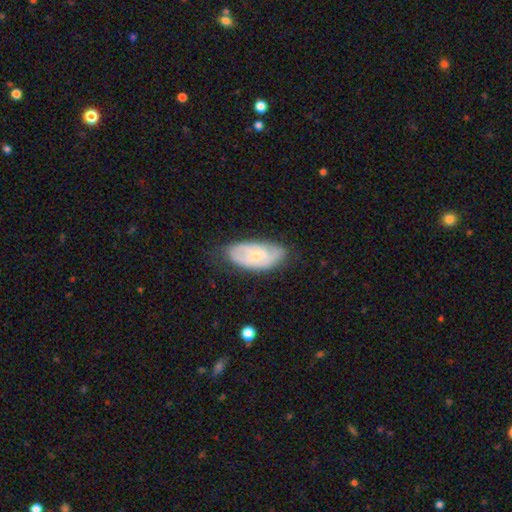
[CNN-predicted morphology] This is possibly a featured or disk galaxy (56%). It is clearly not viewed edge-on (92%). Bar: possibly no (59%). Spiral arm pattern: likely yes (70%). Central bulge: possibly small (59%). Merging: likely none (66%).